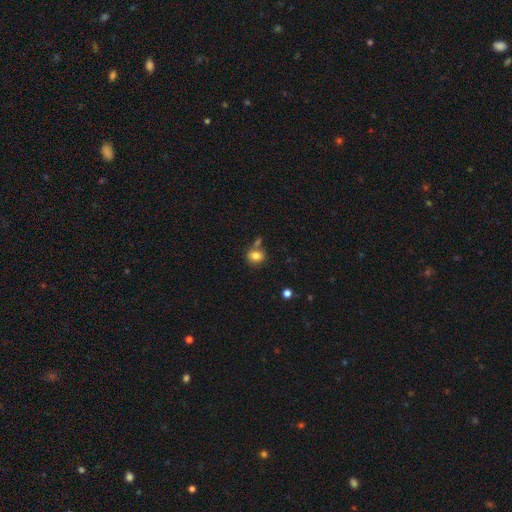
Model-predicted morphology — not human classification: This is clearly a smooth galaxy (82%). How rounded: likely round (65%). Merging: likely none (64%).